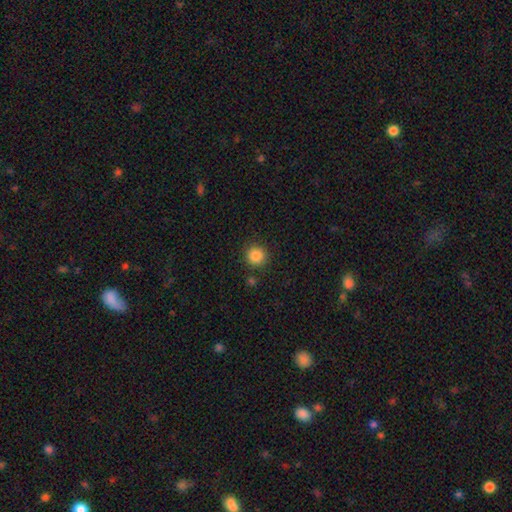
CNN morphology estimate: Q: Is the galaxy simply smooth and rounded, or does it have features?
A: smooth — 86%.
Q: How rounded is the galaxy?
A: round — 93%.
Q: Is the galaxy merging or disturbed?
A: none — 87%.